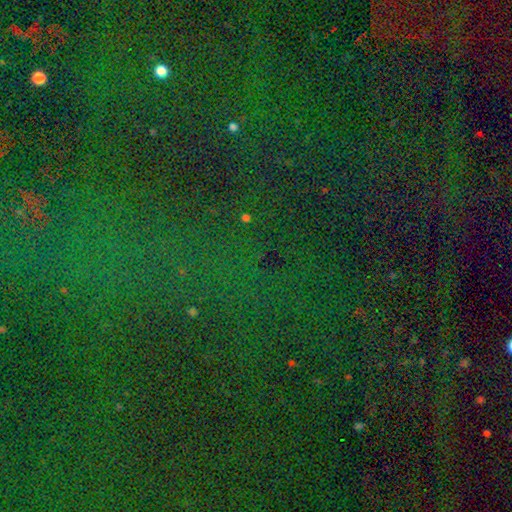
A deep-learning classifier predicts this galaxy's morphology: smooth-or-featured: star or artifact: 81% | smooth: 11% | featured or disk: 8%